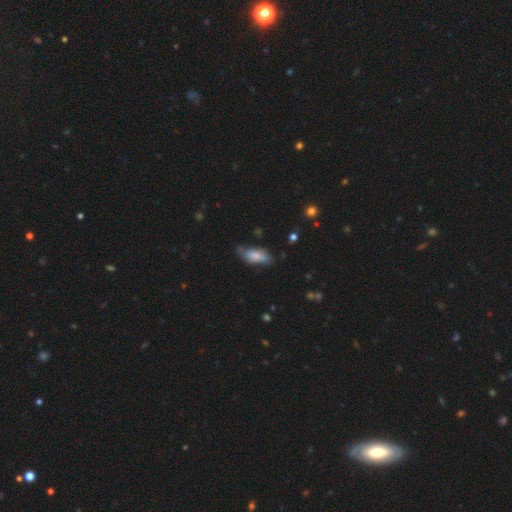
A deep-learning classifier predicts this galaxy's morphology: Overall: smooth (78%). How rounded: in between (80%). Merging: none (64%; minor disturbance 28%).